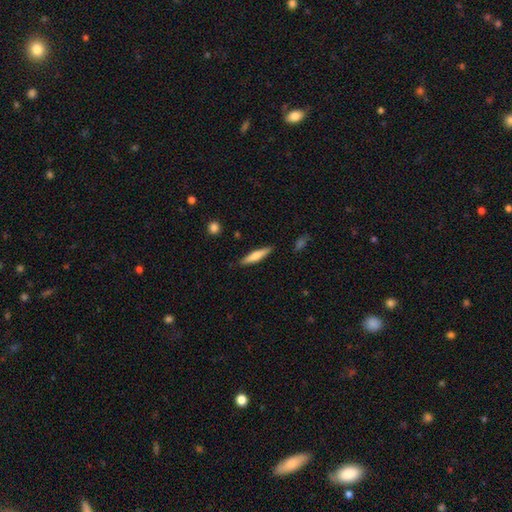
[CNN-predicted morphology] Smooth or featured: smooth — 64% (featured or disk — 30%)
How rounded: cigar-shaped — 84% (in between — 14%)
Merging: none — 88% (minor disturbance — 9%)